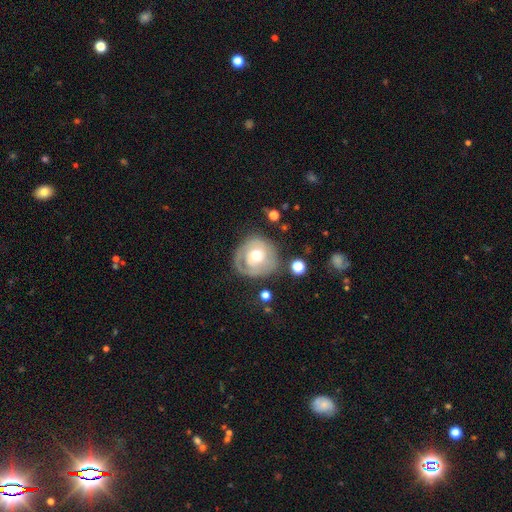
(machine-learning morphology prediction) A featured or disk galaxy (55%) with no bar (77%), spiral arms (55%) and a moderate central bulge (68%).

Vote fractions:
- Smooth or featured? featured or disk: 55% / smooth: 38% / star or artifact: 7%
- Edge-on disk? no: 96% / yes: 4%
- Bar? no: 77% / weak: 18% / strong: 4%
- Spiral arms? yes: 55% / no: 45%
- Bulge size? moderate: 68% / small: 15% / large: 14% / dominant: 1% / none: 1%
- Merging? none: 60% / minor disturbance: 23% / major disturbance: 14% / merger: 4%